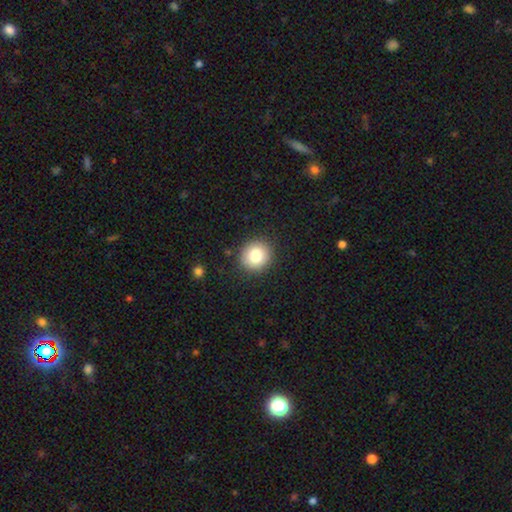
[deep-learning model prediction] smooth 80%, star or artifact 11%, featured or disk 10%. Down the decision tree: how rounded — round (89%); merging — none (89%).